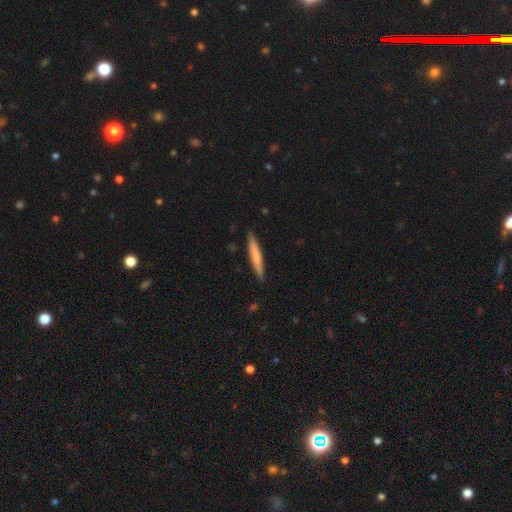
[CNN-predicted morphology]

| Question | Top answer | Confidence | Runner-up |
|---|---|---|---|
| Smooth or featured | smooth | 69% | featured or disk (25%) |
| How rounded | cigar-shaped | 95% | in between (4%) |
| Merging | none | 89% | minor disturbance (9%) |